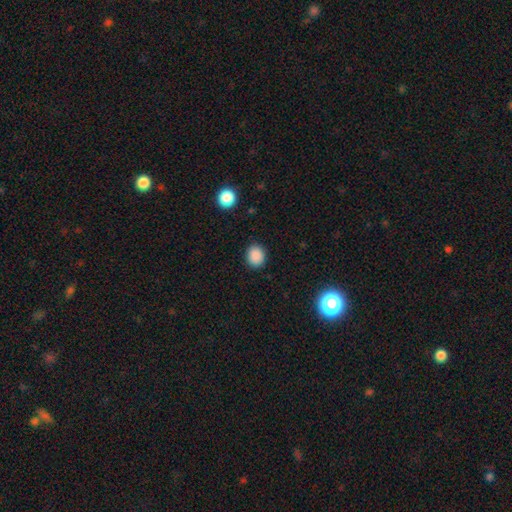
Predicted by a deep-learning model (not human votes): A smooth galaxy with no disk features (88%) that is round (67%). Merging: none (89%).